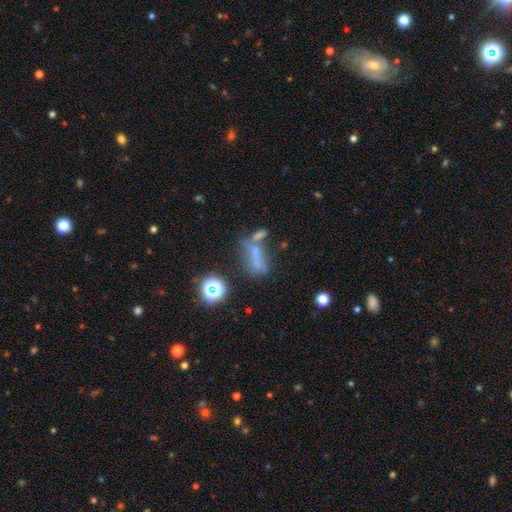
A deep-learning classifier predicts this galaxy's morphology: Q: Smooth or featured?
A: smooth (46%); runner-up: featured or disk (28%)
Q: Merging?
A: none (35%); runner-up: merger (29%)